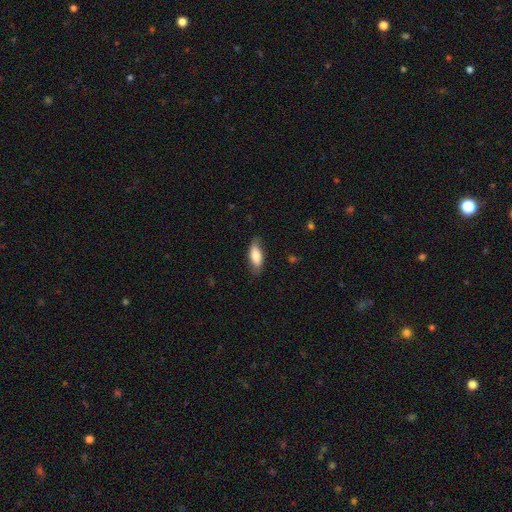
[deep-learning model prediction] This is likely a smooth galaxy (75%). How rounded: likely in between (75%). Merging: likely none (74%).